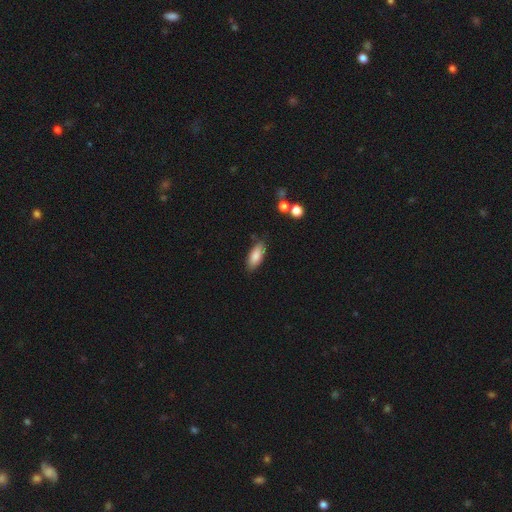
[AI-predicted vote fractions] smooth-or-featured: smooth: 85% | featured or disk: 9% | star or artifact: 7%
  how-rounded: in between: 81% | cigar-shaped: 17% | round: 2%
  merging: none: 82% | minor disturbance: 13% | major disturbance: 3% | merger: 2%